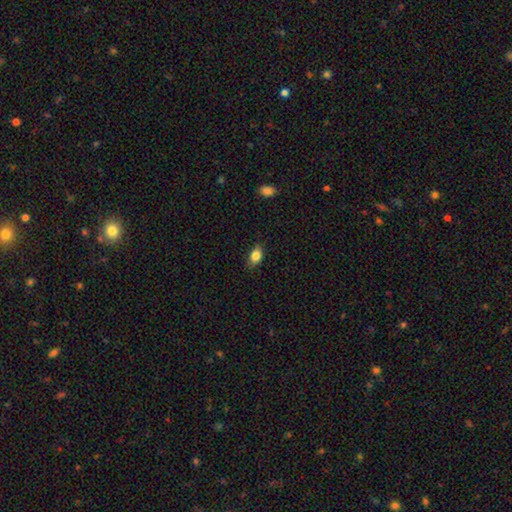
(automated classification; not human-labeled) A smooth galaxy with no disk features (83%) that is in between round and cigar-shaped (79%). Merging: none (79%).